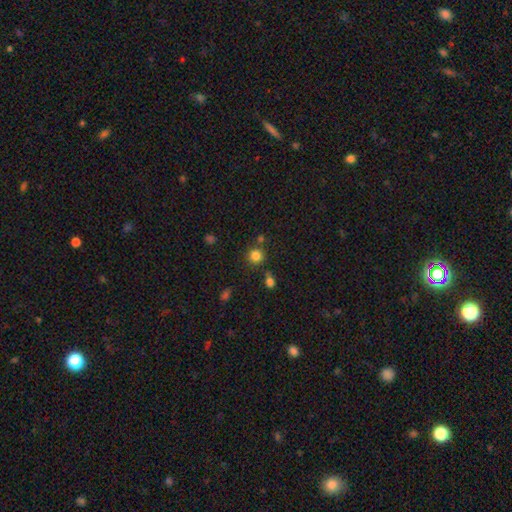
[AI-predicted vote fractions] smooth-or-featured: smooth: 82% | star or artifact: 13% | featured or disk: 5%
  how-rounded: round: 88% | in between: 11% | cigar-shaped: 1%
  merging: none: 76% | minor disturbance: 11% | merger: 9% | major disturbance: 4%